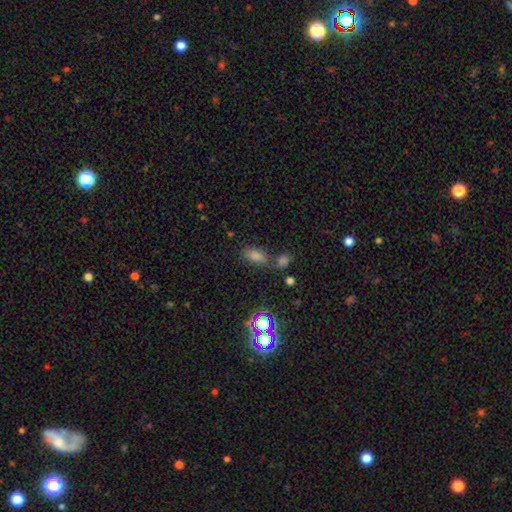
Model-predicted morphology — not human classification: This appears to be a smooth galaxy with no disk features (65%) that is in between round and cigar-shaped (86%). Merging: none (63%).